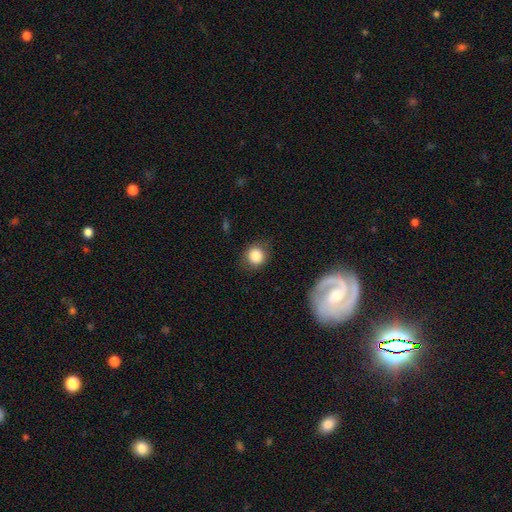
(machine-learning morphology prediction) smooth-or-featured: smooth: 85% | star or artifact: 9% | featured or disk: 6%
  how-rounded: round: 86% | in between: 13% | cigar-shaped: 1%
  merging: none: 81% | minor disturbance: 13% | major disturbance: 4% | merger: 2%